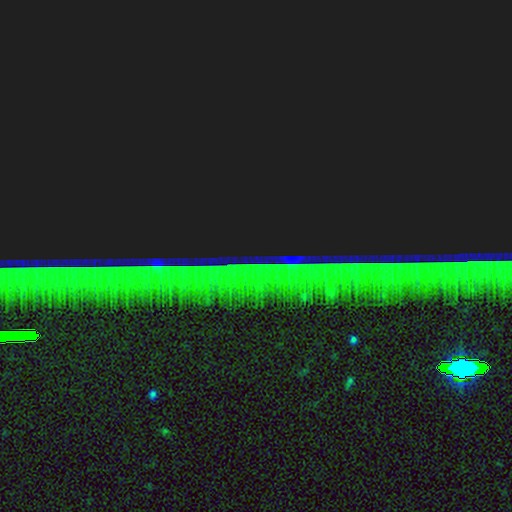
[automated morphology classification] Smooth or featured? Predicted: star or artifact (p=0.86).